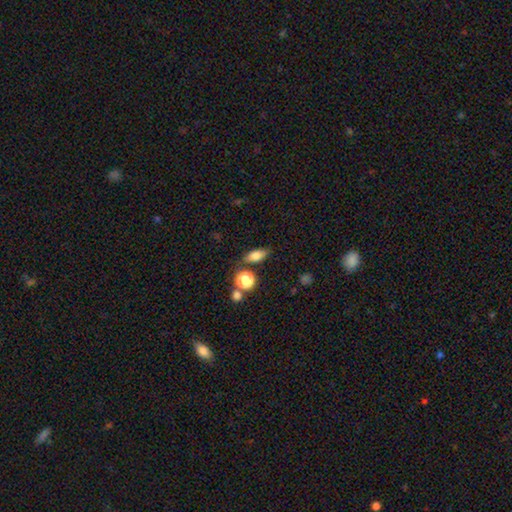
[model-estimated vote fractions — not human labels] Smooth or featured? smooth (75%)
How rounded? in between (71%)
Merging? none (77%)